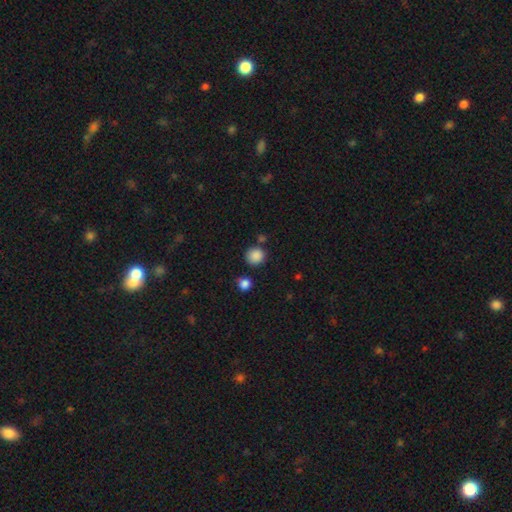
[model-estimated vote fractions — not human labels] Smooth or featured? Predicted: smooth (p=0.87). How rounded? Predicted: round (p=0.89). Merging? Predicted: none (p=0.80).